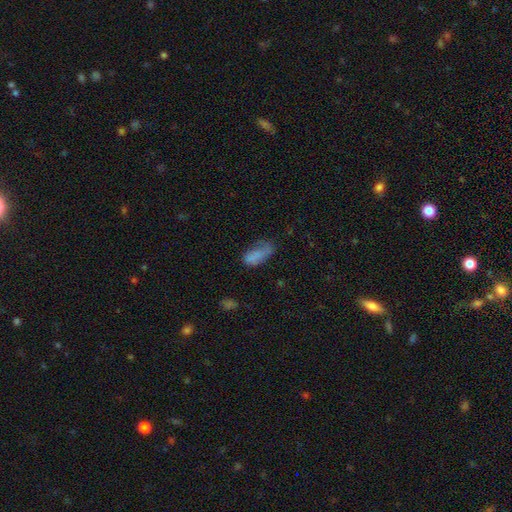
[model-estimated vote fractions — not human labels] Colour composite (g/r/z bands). It shows a smooth galaxy with no disk features (76%) that is in between round and cigar-shaped (84%). Merging: none (41%).